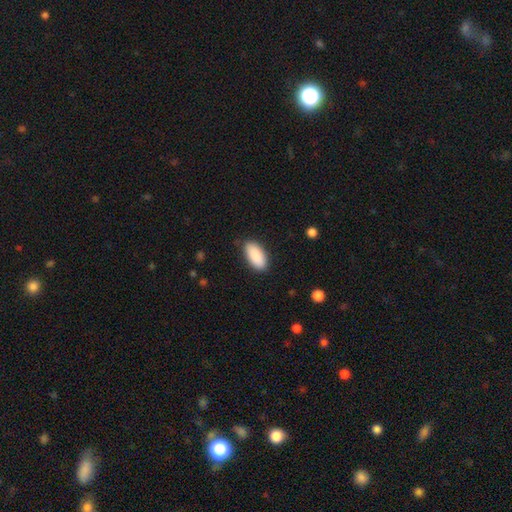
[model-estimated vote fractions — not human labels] This is clearly a smooth galaxy (90%). How rounded: clearly in between (92%). Merging: clearly none (87%).